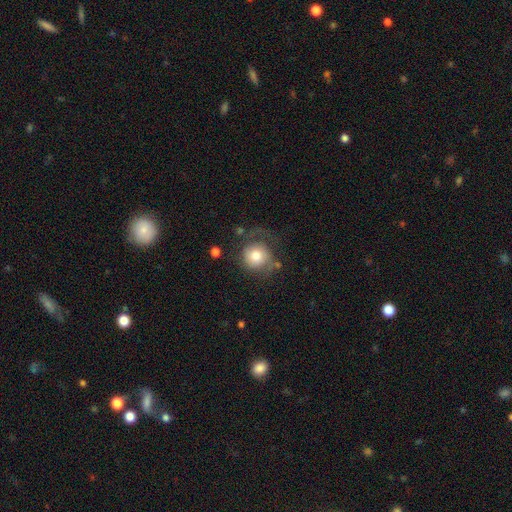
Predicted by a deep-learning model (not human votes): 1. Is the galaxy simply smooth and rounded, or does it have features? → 66% smooth, 26% featured or disk, 8% star or artifact.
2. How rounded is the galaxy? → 88% round, 11% in between, 1% cigar-shaped.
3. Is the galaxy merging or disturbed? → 48% none, 27% major disturbance, 21% minor disturbance, 4% merger.